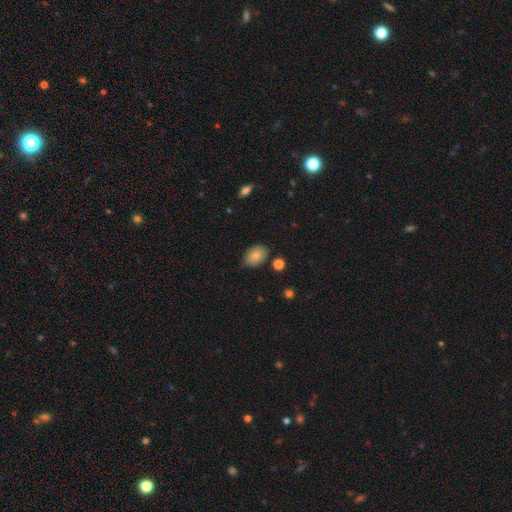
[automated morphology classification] smooth-or-featured: smooth: 85% | star or artifact: 8% | featured or disk: 7%
  how-rounded: in between: 84% | round: 15% | cigar-shaped: 1%
  merging: none: 79% | minor disturbance: 16% | major disturbance: 3% | merger: 2%